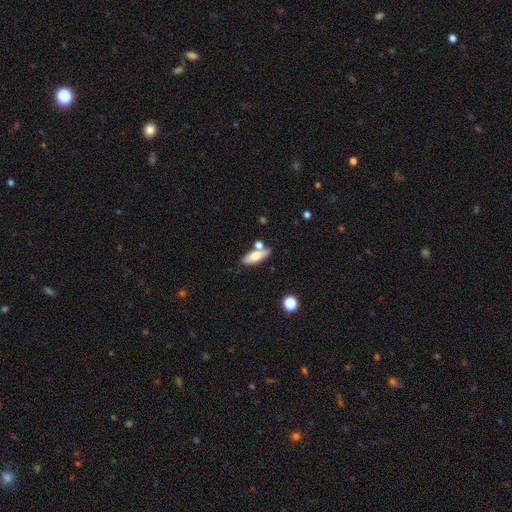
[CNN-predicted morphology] Smooth or featured: smooth — 67% (featured or disk — 26%)
How rounded: in between — 60% (cigar-shaped — 37%)
Merging: none — 65% (merger — 17%)